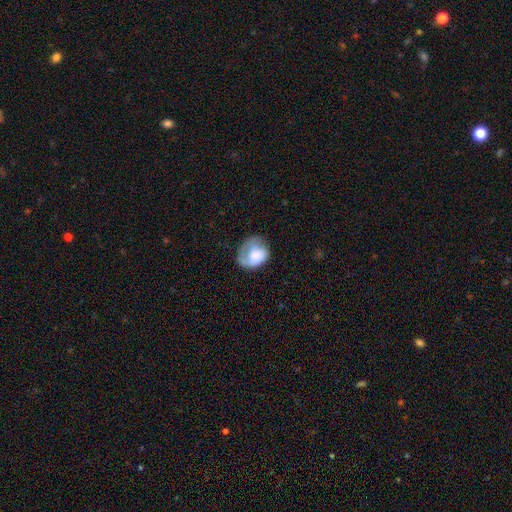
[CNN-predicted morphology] Q: Smooth or featured?
A: smooth (58%); runner-up: featured or disk (34%)
Q: How rounded?
A: round (55%); runner-up: in between (44%)
Q: Merging?
A: none (40%); runner-up: minor disturbance (29%)